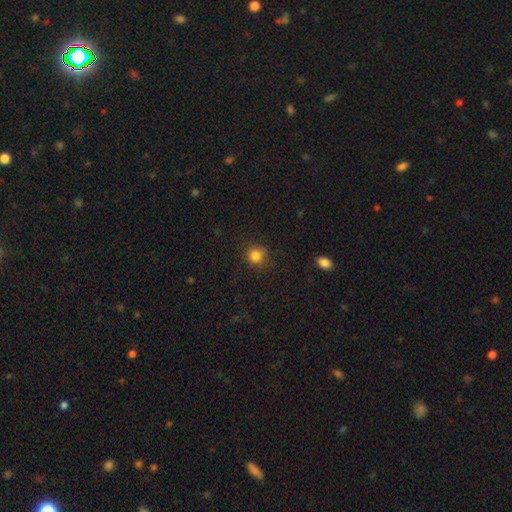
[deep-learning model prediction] This is clearly a smooth galaxy (84%). How rounded: clearly round (89%). Merging: clearly none (83%).